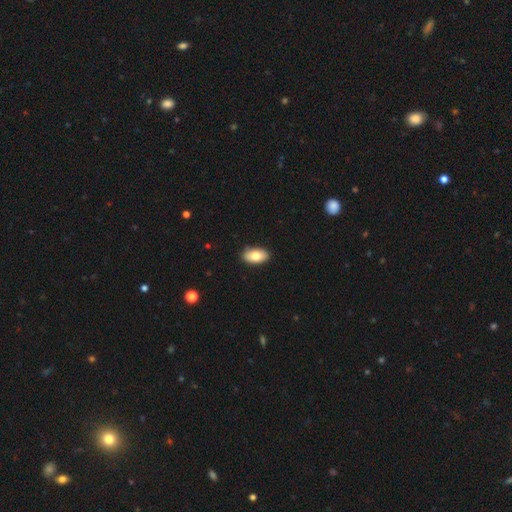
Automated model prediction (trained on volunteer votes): Smooth or featured? Predicted: smooth (p=0.78). How rounded? Predicted: in between (p=0.94). Merging? Predicted: none (p=0.89).